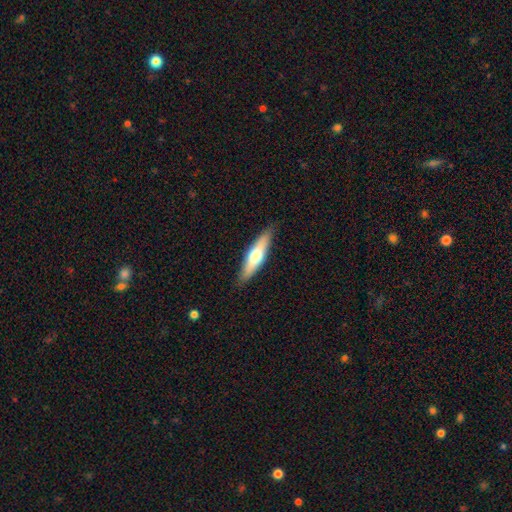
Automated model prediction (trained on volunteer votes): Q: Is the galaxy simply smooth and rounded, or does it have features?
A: smooth — 50%.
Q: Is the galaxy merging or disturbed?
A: none — 87%.